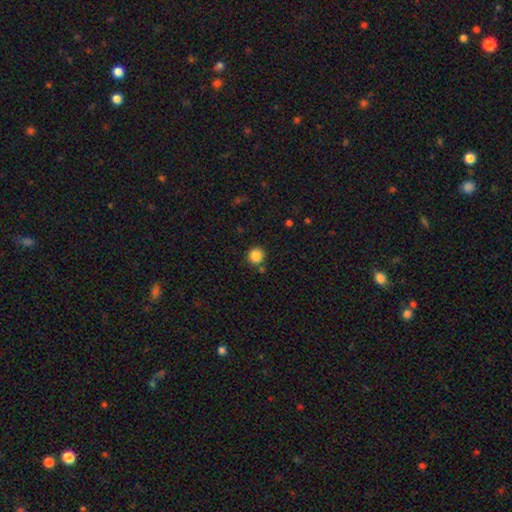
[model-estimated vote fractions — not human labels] The model was most divided on "smooth or featured": smooth: 86%, star or artifact: 10%, featured or disk: 4%. More confident: how rounded — round (94%); merging — none (85%).